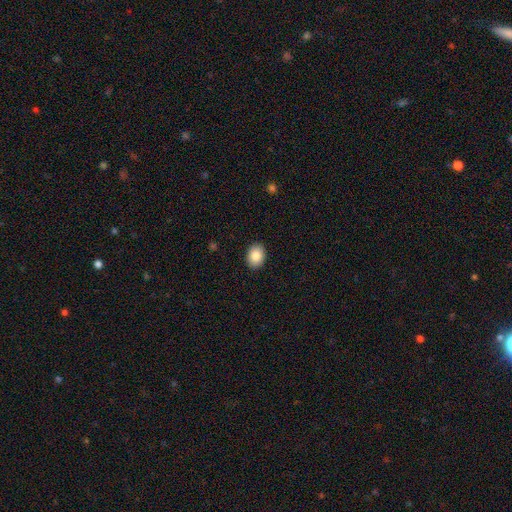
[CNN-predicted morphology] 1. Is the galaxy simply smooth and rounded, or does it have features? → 86% smooth, 8% star or artifact, 7% featured or disk.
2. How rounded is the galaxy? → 67% in between, 32% round, 1% cigar-shaped.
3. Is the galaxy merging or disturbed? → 91% none, 7% minor disturbance, 2% major disturbance, 1% merger.